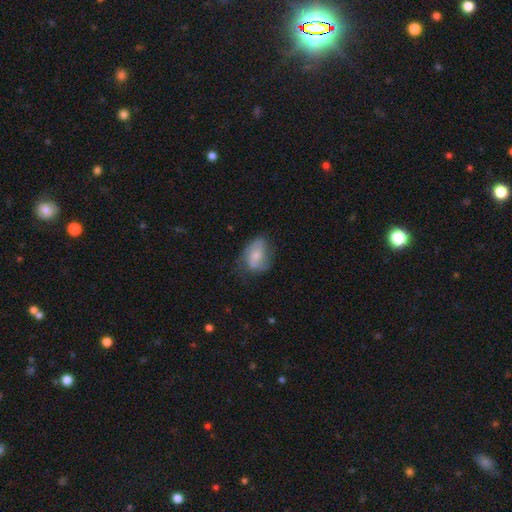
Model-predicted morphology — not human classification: smooth-or-featured: smooth: 52% | featured or disk: 40% | star or artifact: 8%
  how-rounded: in between: 79% | round: 19% | cigar-shaped: 2%
  merging: none: 50% | minor disturbance: 31% | major disturbance: 16% | merger: 3%